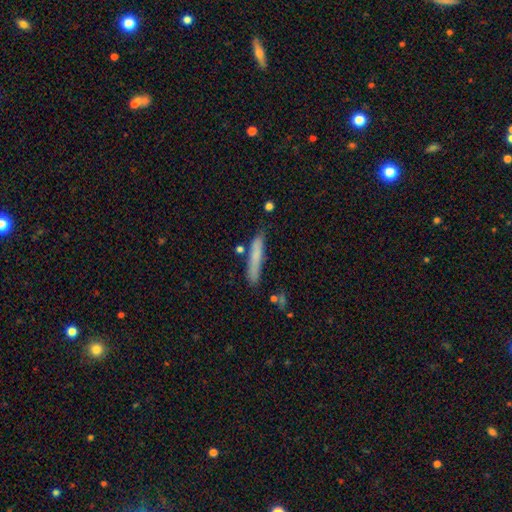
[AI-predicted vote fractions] smooth_or_featured: smooth (p=0.73) [alt: featured or disk p=0.20]
how_rounded: cigar-shaped (p=0.93) [alt: in between p=0.06]
merging: none (p=0.75) [alt: minor disturbance p=0.17]